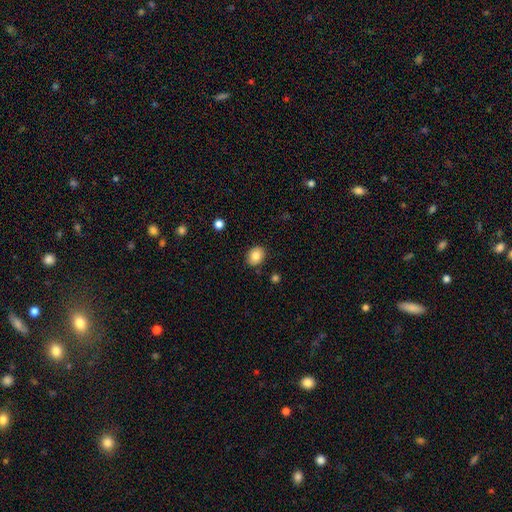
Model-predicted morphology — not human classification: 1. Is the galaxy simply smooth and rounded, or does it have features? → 84% smooth, 9% star or artifact, 7% featured or disk.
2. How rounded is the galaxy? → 52% round, 47% in between, 1% cigar-shaped.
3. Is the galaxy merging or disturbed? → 87% none, 9% minor disturbance, 2% major disturbance, 2% merger.